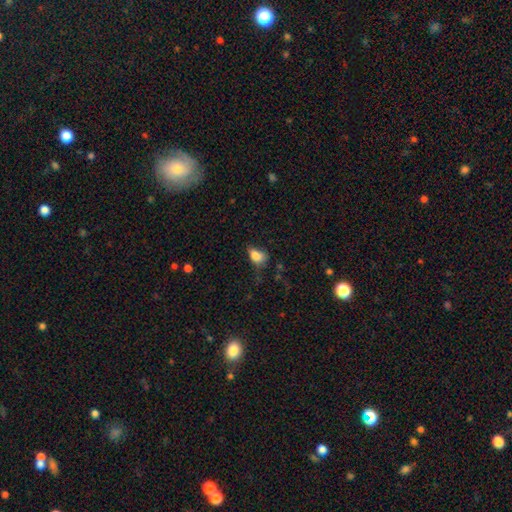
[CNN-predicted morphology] A smooth galaxy with no disk features (82%) that is in between round and cigar-shaped (83%).

Vote fractions:
- Smooth or featured? smooth: 82% / star or artifact: 10% / featured or disk: 8%
- How rounded? in between: 83% / round: 15% / cigar-shaped: 2%
- Merging? none: 42% / minor disturbance: 35% / major disturbance: 19% / merger: 4%